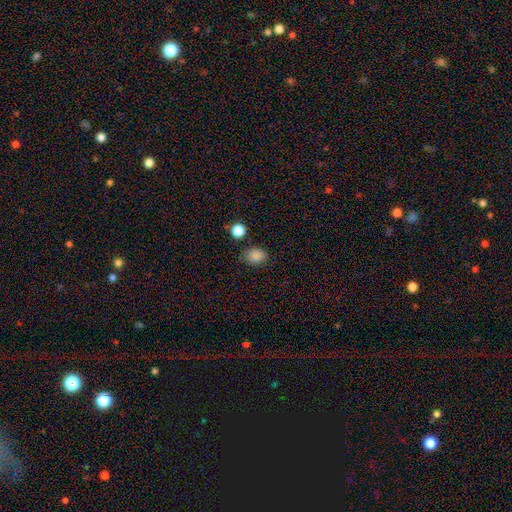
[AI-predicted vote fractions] Smooth or featured? Predicted: smooth (p=0.85). How rounded? Predicted: in between (p=0.61). Merging? Predicted: none (p=0.77).